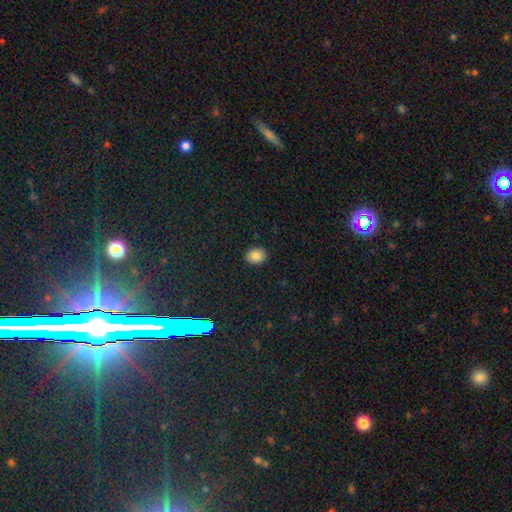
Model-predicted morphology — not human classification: A smooth galaxy with no disk features (85%) that is round (53%).

Vote fractions:
- Smooth or featured? smooth: 85% / star or artifact: 10% / featured or disk: 5%
- How rounded? round: 53% / in between: 46% / cigar-shaped: 1%
- Merging? none: 90% / minor disturbance: 7% / major disturbance: 2% / merger: 1%